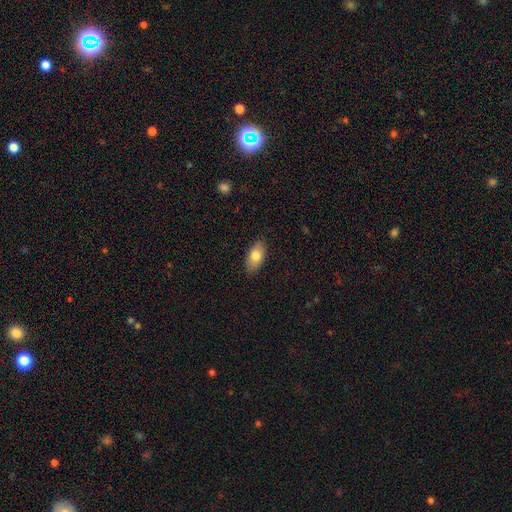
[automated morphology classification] Smooth or featured?
  - smooth: 78% *
  - featured or disk: 15%
  - star or artifact: 7%
How rounded?
  - in between: 91% *
  - cigar-shaped: 5%
  - round: 4%
Merging?
  - none: 86% *
  - minor disturbance: 11%
  - major disturbance: 2%
  - merger: 1%